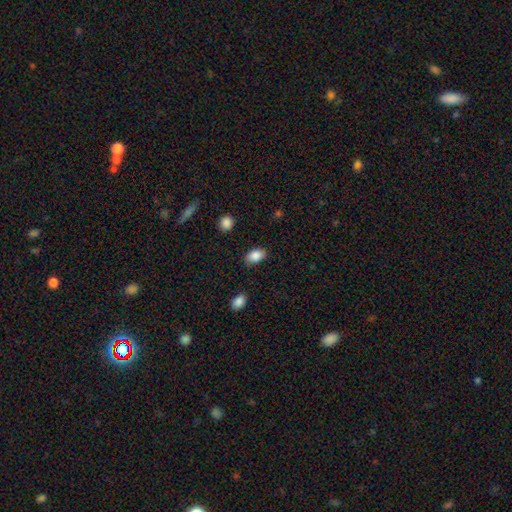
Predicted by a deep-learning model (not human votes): Q: Smooth or featured?
A: smooth (88%); runner-up: star or artifact (8%)
Q: How rounded?
A: in between (87%); runner-up: round (11%)
Q: Merging?
A: none (84%); runner-up: minor disturbance (12%)